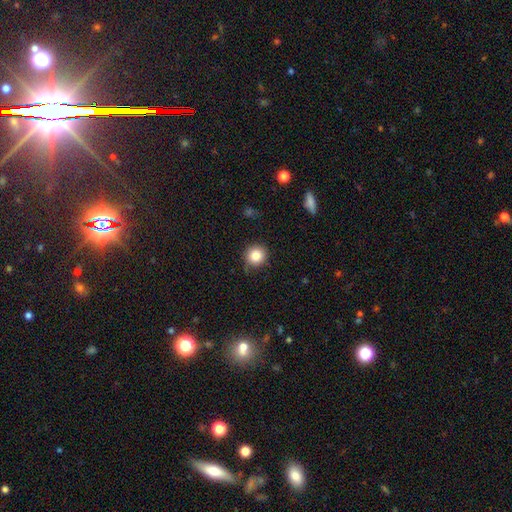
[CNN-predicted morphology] This is clearly a smooth galaxy (83%). How rounded: clearly round (93%). Merging: clearly none (81%).